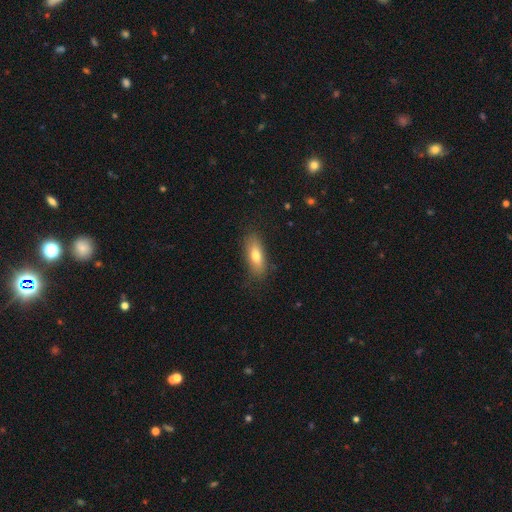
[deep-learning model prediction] Smooth or featured: smooth — 73% (featured or disk — 19%)
How rounded: in between — 70% (cigar-shaped — 27%)
Merging: none — 80% (minor disturbance — 15%)